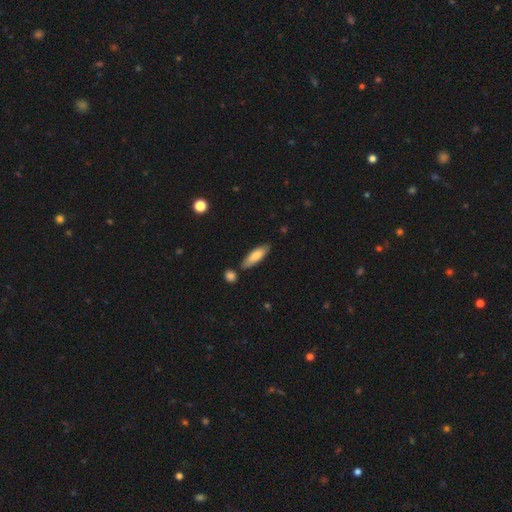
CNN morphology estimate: Smooth or featured? Predicted: smooth (p=0.79). How rounded? Predicted: cigar-shaped (p=0.50). Merging? Predicted: none (p=0.78).